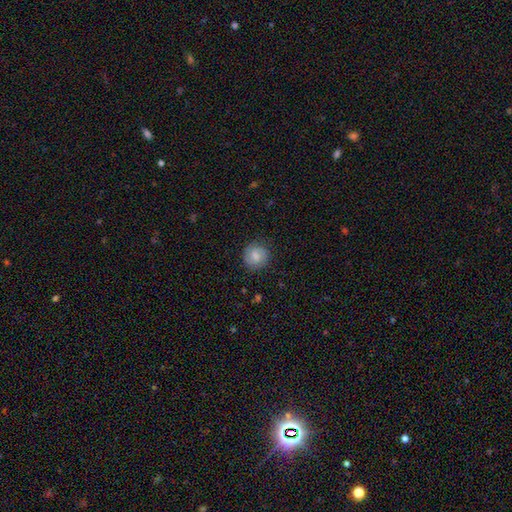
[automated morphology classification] smooth-or-featured: smooth: 63% | featured or disk: 29% | star or artifact: 8%
  how-rounded: round: 89% | in between: 10% | cigar-shaped: 1%
  merging: none: 85% | minor disturbance: 11% | major disturbance: 3% | merger: 1%